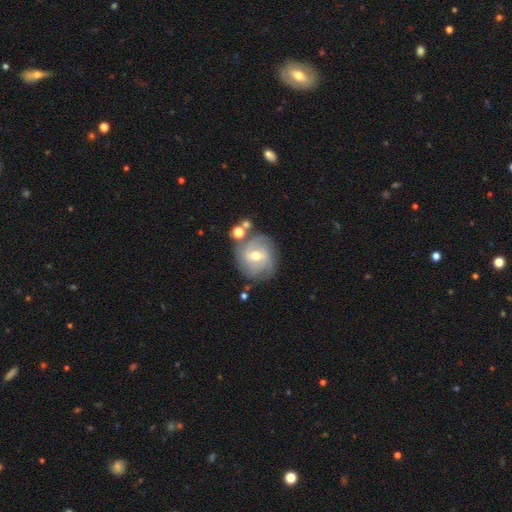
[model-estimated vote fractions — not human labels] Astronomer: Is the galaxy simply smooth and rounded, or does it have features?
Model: featured or disk — 69%.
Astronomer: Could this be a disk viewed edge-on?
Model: no — 97%.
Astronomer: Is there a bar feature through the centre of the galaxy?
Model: weak — 51% (runner-up: no, 33%).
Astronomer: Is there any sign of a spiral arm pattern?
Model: yes — 86%.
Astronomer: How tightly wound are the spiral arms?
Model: tight — 48% (runner-up: medium, 37%).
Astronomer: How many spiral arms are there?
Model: can't tell — 30% (runner-up: 2, 25%).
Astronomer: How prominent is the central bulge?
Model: moderate — 70%.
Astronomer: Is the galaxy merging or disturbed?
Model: none — 70%.